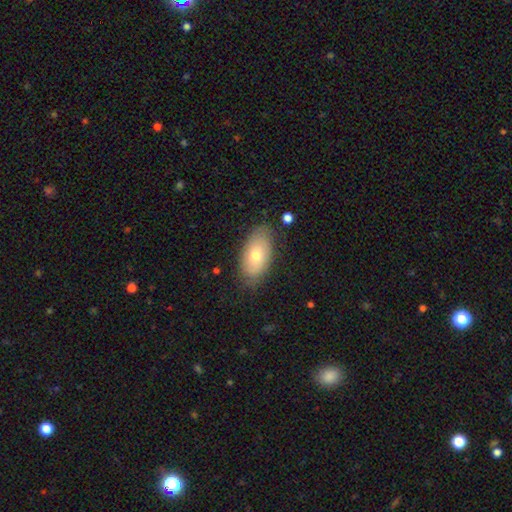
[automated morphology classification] Q: Smooth or featured?
A: smooth (67%); runner-up: featured or disk (26%)
Q: How rounded?
A: in between (93%); runner-up: round (5%)
Q: Merging?
A: none (77%); runner-up: minor disturbance (18%)